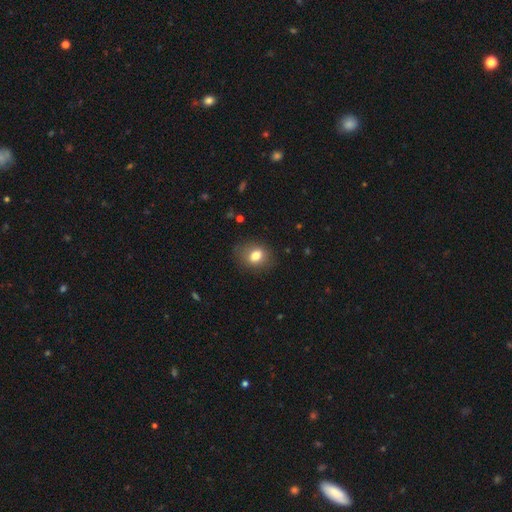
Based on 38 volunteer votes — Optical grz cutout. It shows a smooth galaxy with no disk features (84%) that is round (59%). Merging: none (81%).